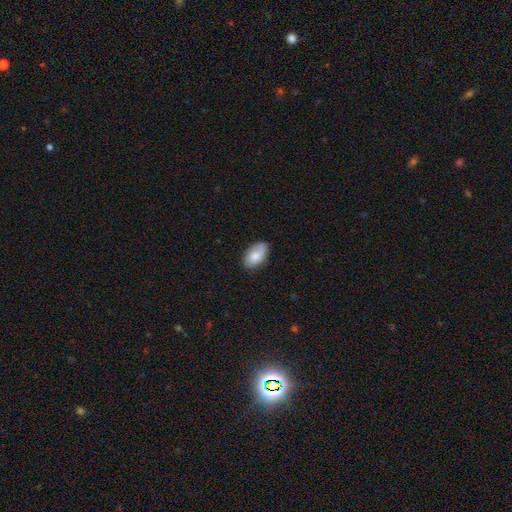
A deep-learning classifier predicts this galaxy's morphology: This is likely a smooth galaxy (74%). How rounded: clearly in between (93%). Merging: likely none (76%).